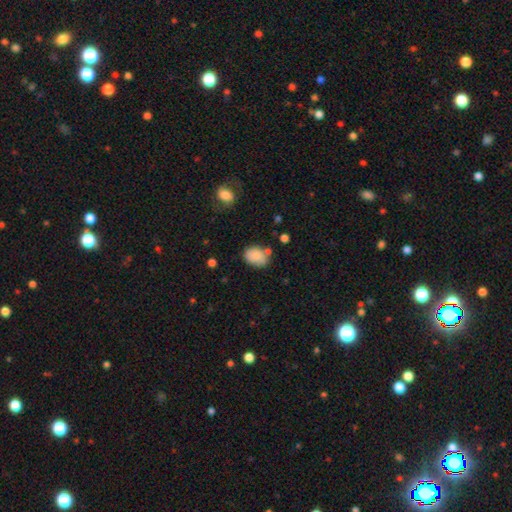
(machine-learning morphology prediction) Smooth or featured: smooth — 82% (featured or disk — 10%)
How rounded: in between — 71% (round — 28%)
Merging: none — 62% (minor disturbance — 23%)